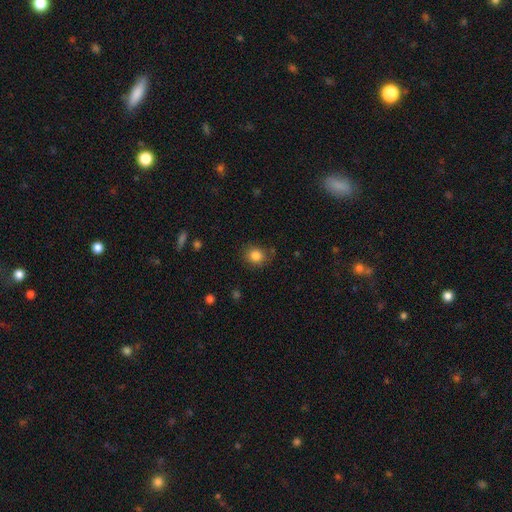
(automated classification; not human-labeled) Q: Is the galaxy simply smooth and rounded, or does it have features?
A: smooth — 84%.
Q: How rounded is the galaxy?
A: round — 79%.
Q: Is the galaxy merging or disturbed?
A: none — 81%.